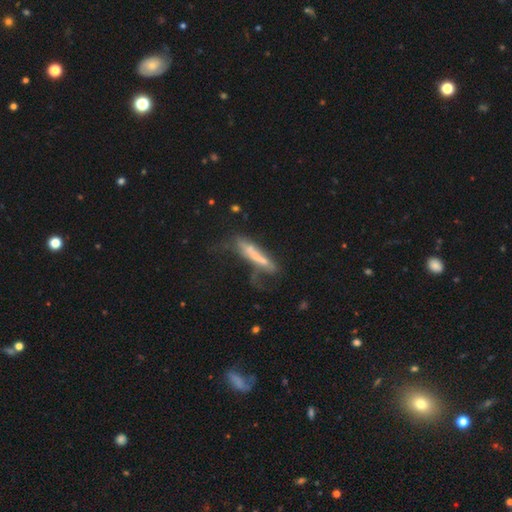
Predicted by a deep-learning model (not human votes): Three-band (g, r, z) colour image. It shows a smooth galaxy with no disk features (50%). Merging: major disturbance (32%, tied with none).